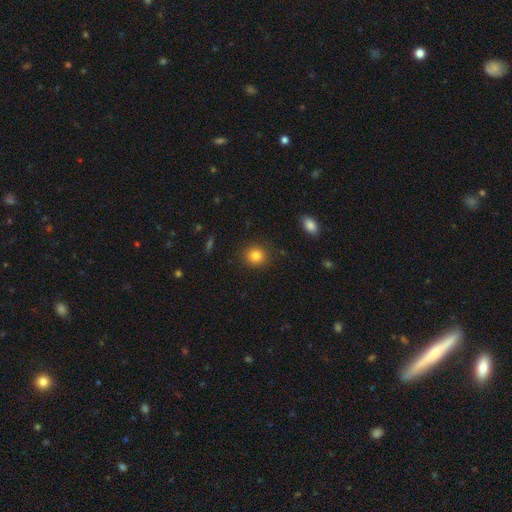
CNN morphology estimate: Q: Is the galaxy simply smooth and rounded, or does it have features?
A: smooth — 83%.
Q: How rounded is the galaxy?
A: round — 87%.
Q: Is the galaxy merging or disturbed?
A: none — 89%.